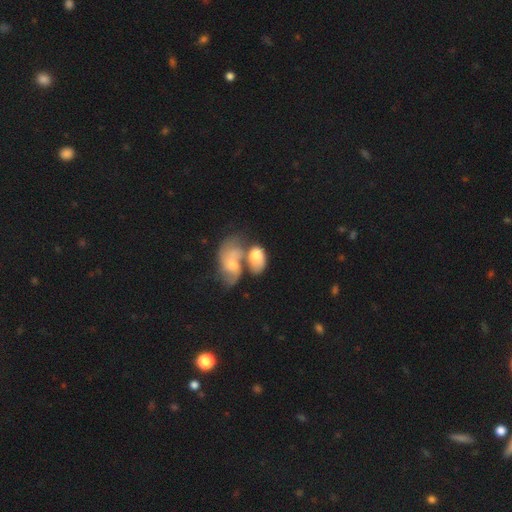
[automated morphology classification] Q: Smooth or featured?
A: smooth (59%); runner-up: featured or disk (34%)
Q: How rounded?
A: in between (86%); runner-up: round (12%)
Q: Merging?
A: merger (63%); runner-up: none (15%)